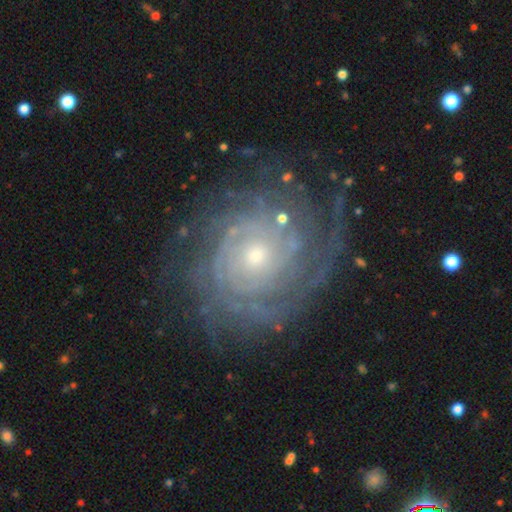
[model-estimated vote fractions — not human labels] Morphology: type=featured or disk (88%); edge-on=no (97%); bar=no (80%); spiral arms=yes (97%); winding=tight (81%); arm count=can't tell (29%); bulge=small (57%); merging=none (76%).